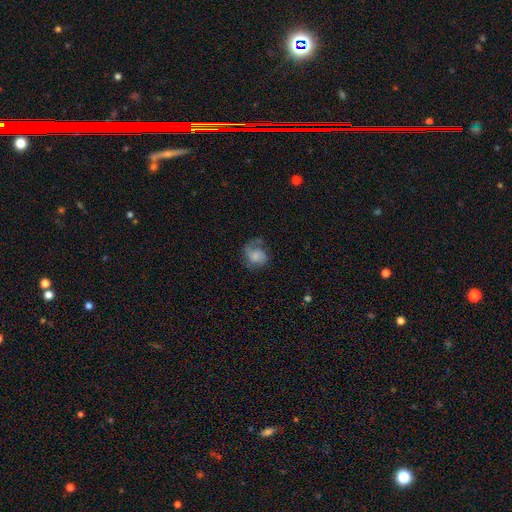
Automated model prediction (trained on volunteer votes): A featured or disk galaxy (47%). Merging: none (43%).